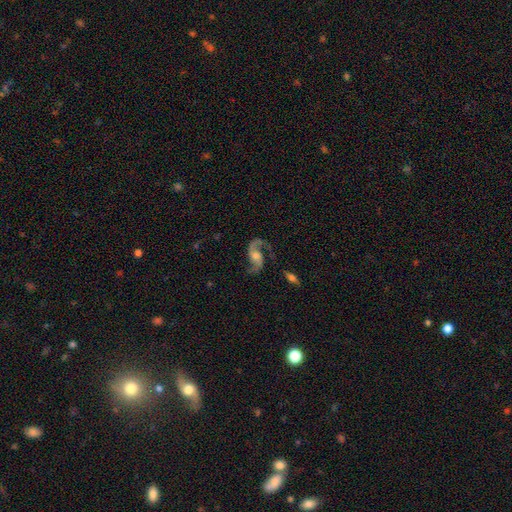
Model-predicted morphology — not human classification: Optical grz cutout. It shows a featured or disk galaxy (89%) with no bar (53%), 2 (91%) loose (64%) spiral arms (97%) and a moderate central bulge (52%). Merging: none (70%).